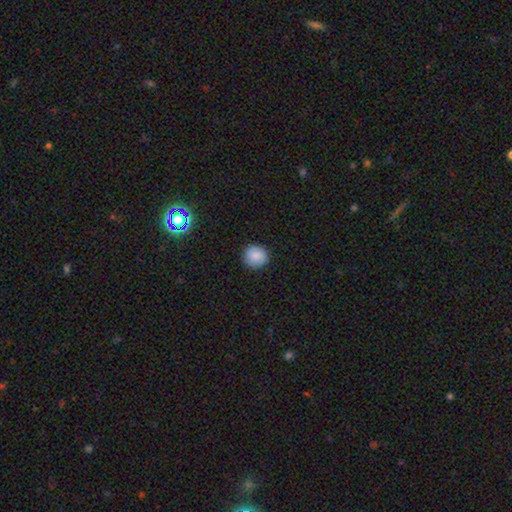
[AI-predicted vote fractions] smooth 85%, star or artifact 8%, featured or disk 6%. Down the decision tree: how rounded — round (90%); merging — none (89%).